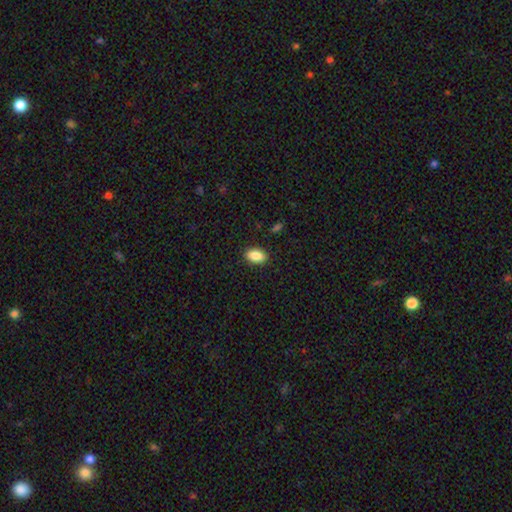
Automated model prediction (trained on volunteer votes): Morphology: type=smooth (86%); roundness=in between (91%); merging=none (90%).